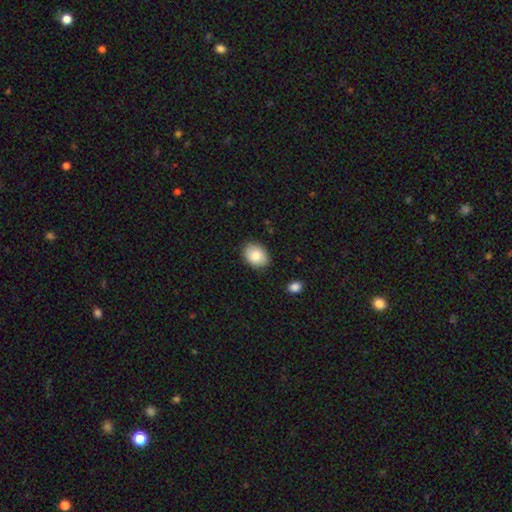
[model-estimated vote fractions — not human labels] smooth 85%, featured or disk 8%, star or artifact 7%. Down the decision tree: how rounded — in between (72%); merging — none (86%).